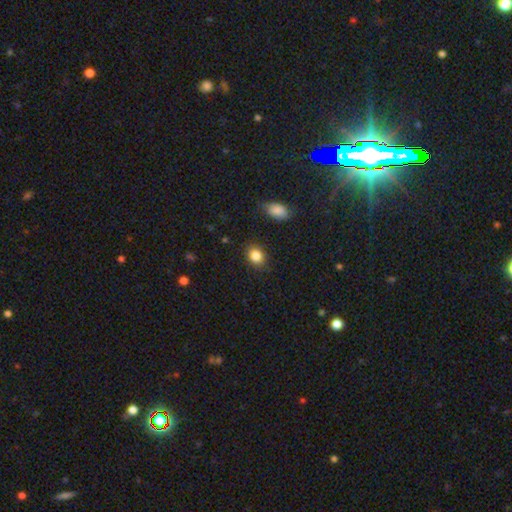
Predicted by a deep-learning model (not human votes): Smooth or featured: smooth — 85% (star or artifact — 10%)
How rounded: in between — 51% (round — 48%)
Merging: none — 86% (minor disturbance — 10%)